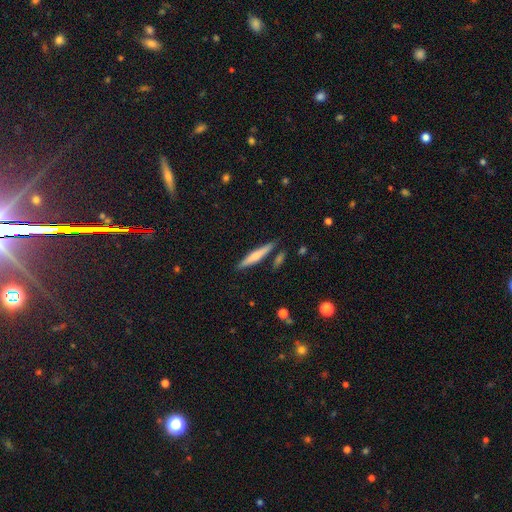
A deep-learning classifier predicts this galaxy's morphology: smooth_or_featured: smooth (p=0.57) [alt: featured or disk p=0.38]
how_rounded: cigar-shaped (p=0.91) [alt: in between p=0.08]
merging: none (p=0.84) [alt: minor disturbance p=0.09]